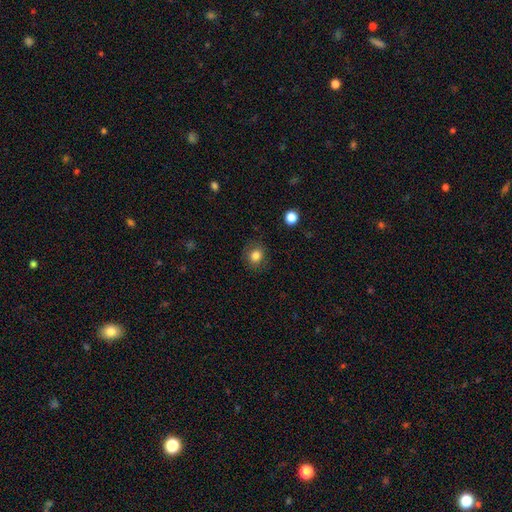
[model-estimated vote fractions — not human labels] Q: Smooth or featured?
A: smooth (82%); runner-up: star or artifact (11%)
Q: How rounded?
A: round (71%); runner-up: in between (28%)
Q: Merging?
A: none (83%); runner-up: minor disturbance (12%)